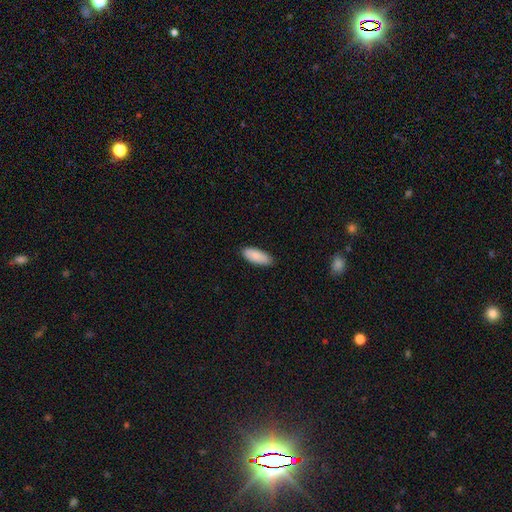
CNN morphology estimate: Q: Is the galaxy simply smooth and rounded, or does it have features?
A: smooth — 89%.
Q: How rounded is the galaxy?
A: in between — 81%.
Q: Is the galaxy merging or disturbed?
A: none — 86%.